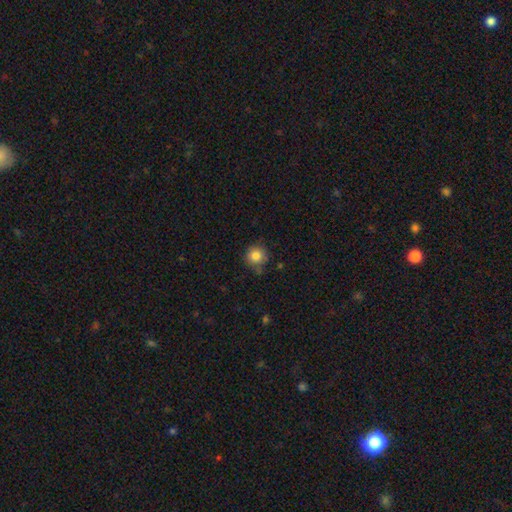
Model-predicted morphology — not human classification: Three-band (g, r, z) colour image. It shows a smooth galaxy with no disk features (83%) that is round (93%). Merging: none (80%).